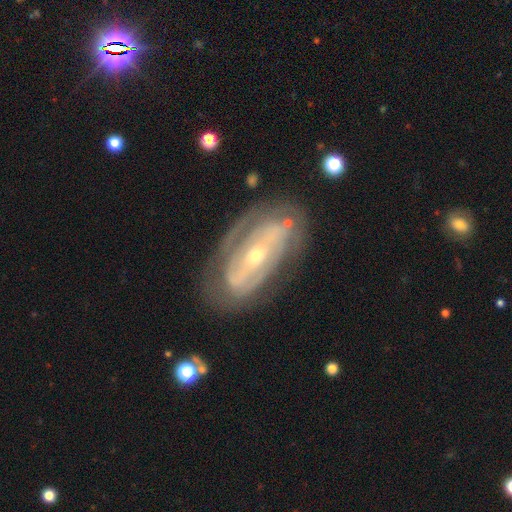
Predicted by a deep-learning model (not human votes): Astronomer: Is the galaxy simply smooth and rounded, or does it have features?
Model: featured or disk — 83%.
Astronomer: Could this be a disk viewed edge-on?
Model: no — 92%.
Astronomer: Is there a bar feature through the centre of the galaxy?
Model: strong — 36% (runner-up: no, 35%).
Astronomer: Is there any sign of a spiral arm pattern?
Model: yes — 79%.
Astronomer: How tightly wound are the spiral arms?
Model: tight — 60%.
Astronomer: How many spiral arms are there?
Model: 2 — 52% (runner-up: can't tell, 31%).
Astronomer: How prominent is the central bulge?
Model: small — 55% (runner-up: moderate, 41%).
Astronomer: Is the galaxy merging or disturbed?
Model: none — 72%.